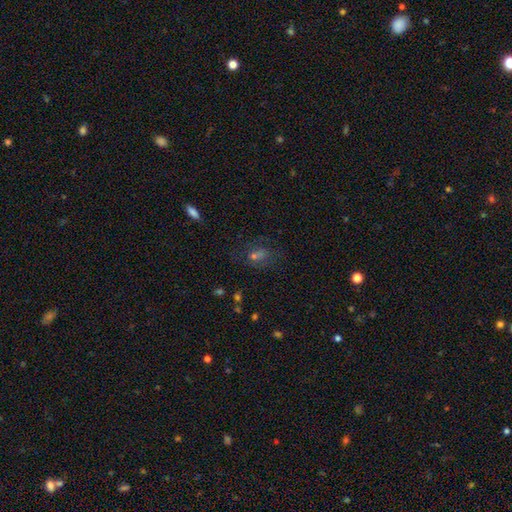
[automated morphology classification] Q: Smooth or featured?
A: smooth (41%); runner-up: star or artifact (32%)
Q: Merging?
A: none (61%); runner-up: minor disturbance (19%)